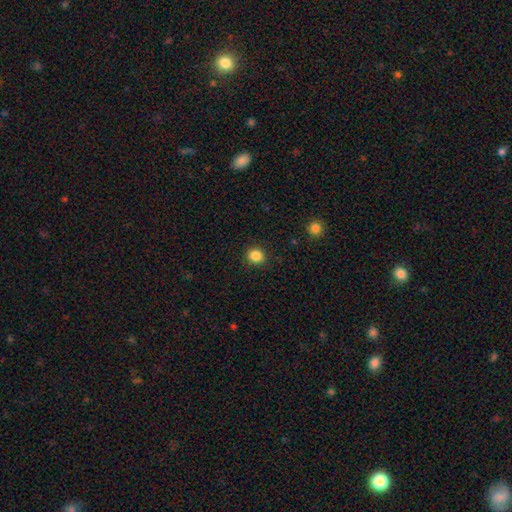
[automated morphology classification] A smooth galaxy with no disk features (85%) that is round (87%). Merging: none (90%).